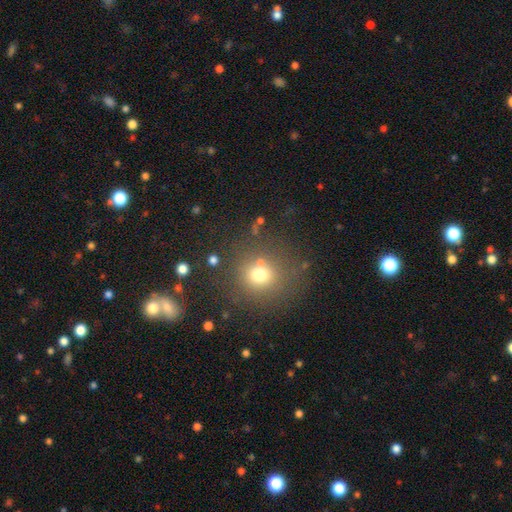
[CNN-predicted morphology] smooth_or_featured: smooth (p=0.60) [alt: star or artifact p=0.30]
how_rounded: round (p=0.90) [alt: in between p=0.09]
merging: none (p=0.81) [alt: minor disturbance p=0.10]